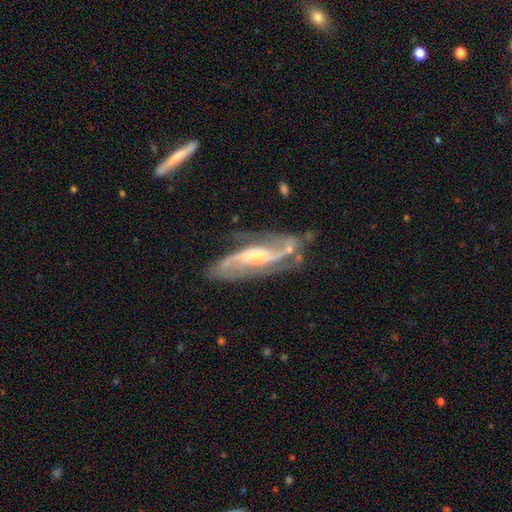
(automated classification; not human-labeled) A featured or disk galaxy (89%) with a weak bar (39%), 2 (84%) medium (46%) spiral arms (97%) and a small central bulge (54%). Merging: none (66%).